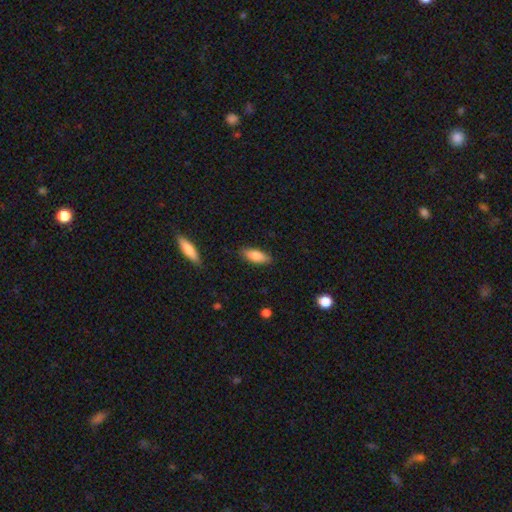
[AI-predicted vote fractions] Overall: smooth (79%). How rounded: in between (67%; cigar-shaped 31%). Merging: none (86%).